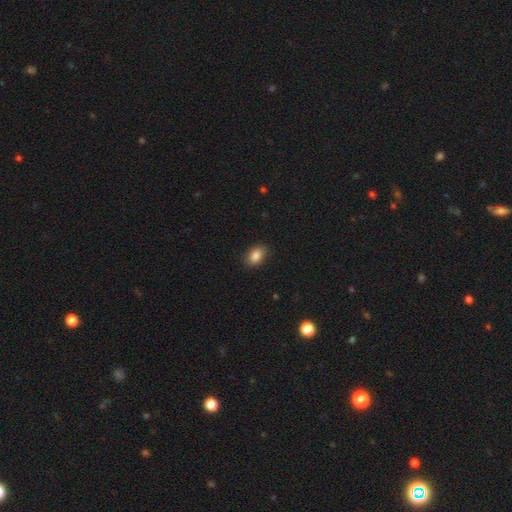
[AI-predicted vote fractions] This is clearly a smooth galaxy (87%). How rounded: clearly in between (82%). Merging: clearly none (87%).